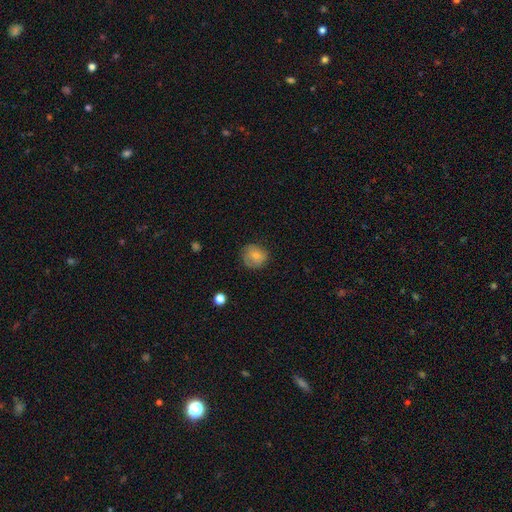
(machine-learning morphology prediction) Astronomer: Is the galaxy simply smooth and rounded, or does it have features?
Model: smooth — 72%.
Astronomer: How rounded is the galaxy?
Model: round — 83%.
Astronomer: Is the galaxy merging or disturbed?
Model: none — 70%.